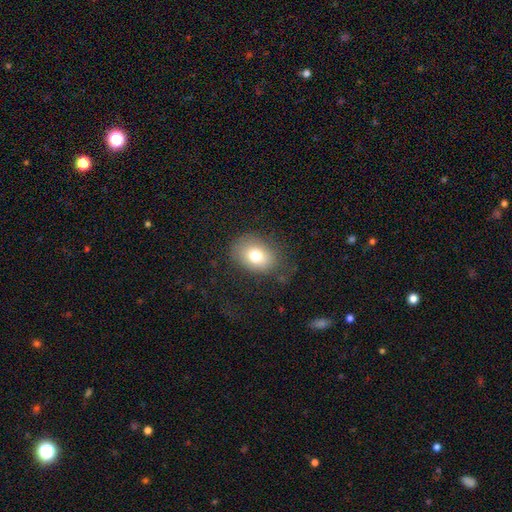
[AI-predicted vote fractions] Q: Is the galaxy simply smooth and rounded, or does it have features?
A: smooth — 75%.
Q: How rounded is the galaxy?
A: in between — 66%.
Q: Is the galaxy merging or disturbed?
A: none — 74%.